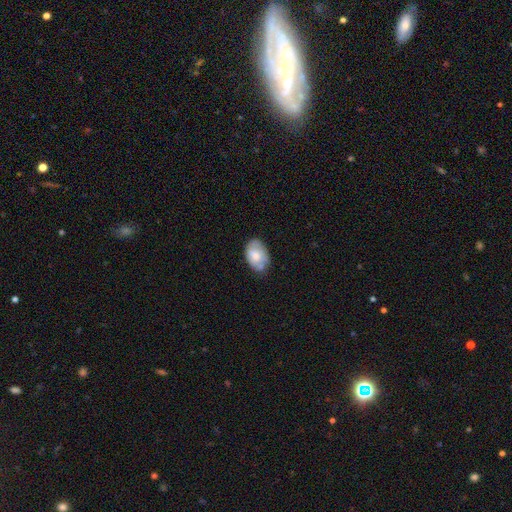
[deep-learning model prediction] Overall: smooth (66%; featured or disk 27%). How rounded: in between (89%). Merging: none (56%; minor disturbance 33%).